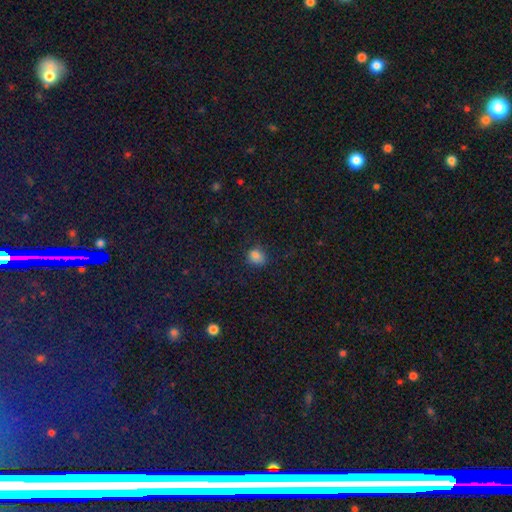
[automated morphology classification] smooth-or-featured: smooth: 80% | star or artifact: 14% | featured or disk: 6%
  how-rounded: round: 70% | in between: 29% | cigar-shaped: 1%
  merging: none: 77% | minor disturbance: 17% | major disturbance: 4% | merger: 1%